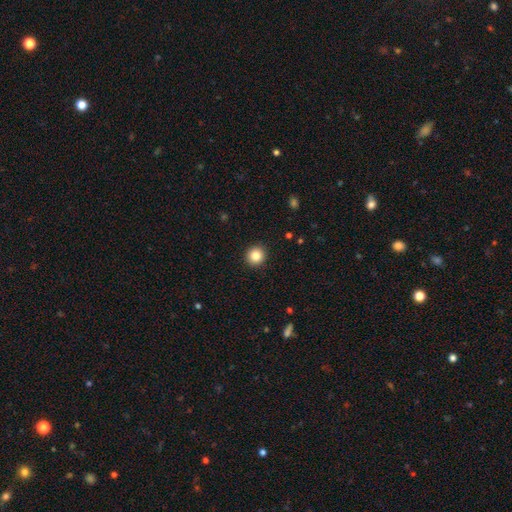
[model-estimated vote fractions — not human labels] smooth_or_featured: smooth (p=0.85) [alt: star or artifact p=0.10]
how_rounded: round (p=0.93) [alt: in between p=0.06]
merging: none (p=0.93) [alt: minor disturbance p=0.05]